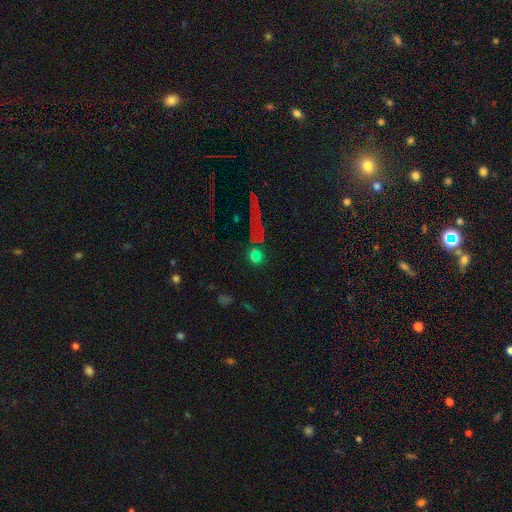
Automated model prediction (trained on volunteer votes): A star or artifact, not a galaxy (50%).